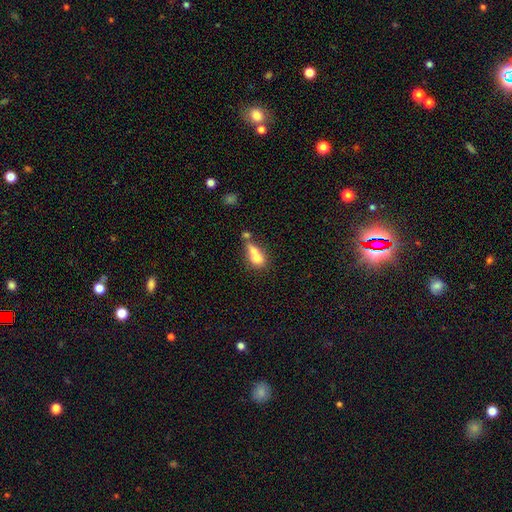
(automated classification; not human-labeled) smooth_or_featured: smooth (p=0.68) [alt: featured or disk p=0.22]
how_rounded: in between (p=0.62) [alt: round p=0.19]
merging: merger (p=0.49) [alt: none p=0.26]